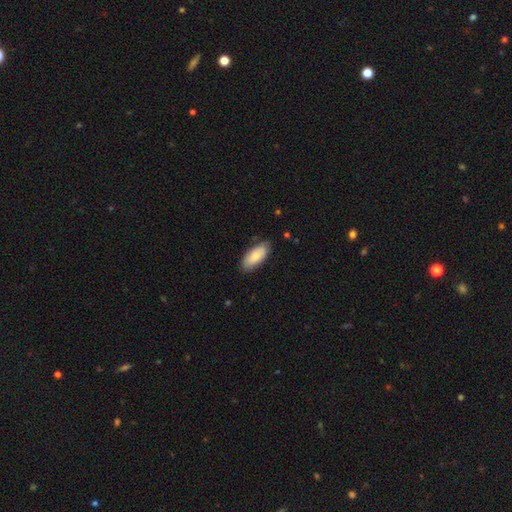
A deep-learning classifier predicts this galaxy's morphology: Smooth or featured? smooth (77%)
How rounded? in between (88%)
Merging? none (79%)